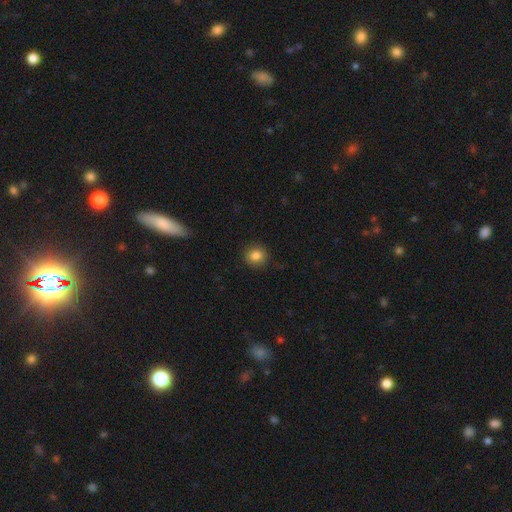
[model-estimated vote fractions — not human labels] A smooth galaxy with no disk features (84%) that is round (86%).

Vote fractions:
- Smooth or featured? smooth: 84% / star or artifact: 10% / featured or disk: 5%
- How rounded? round: 86% / in between: 13% / cigar-shaped: 1%
- Merging? none: 89% / minor disturbance: 7% / major disturbance: 2% / merger: 1%